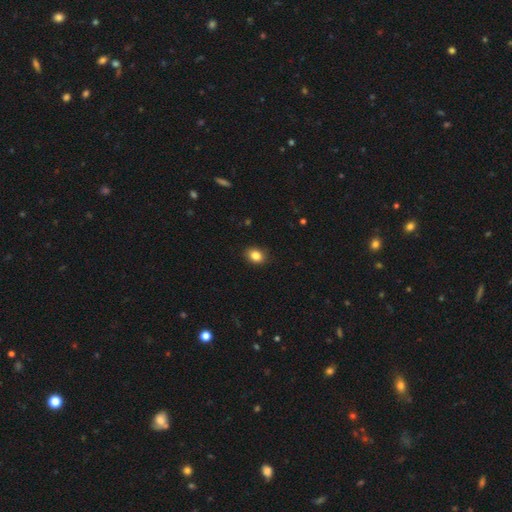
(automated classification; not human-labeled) This appears to be a smooth galaxy with no disk features (85%) that is in between round and cigar-shaped (51%). Merging: none (89%).